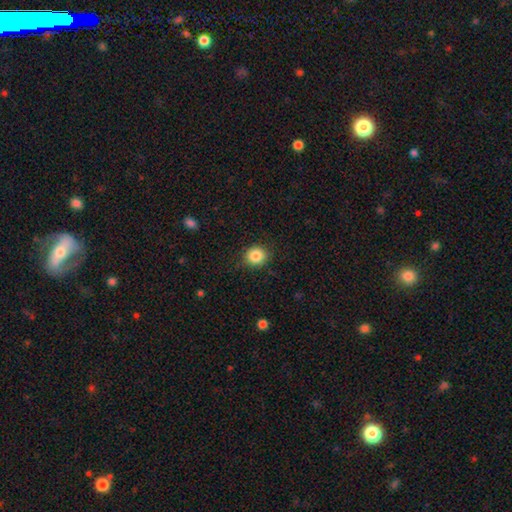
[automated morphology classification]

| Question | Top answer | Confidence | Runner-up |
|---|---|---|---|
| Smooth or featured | smooth | 86% | star or artifact (10%) |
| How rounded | round | 82% | in between (17%) |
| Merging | none | 86% | minor disturbance (10%) |